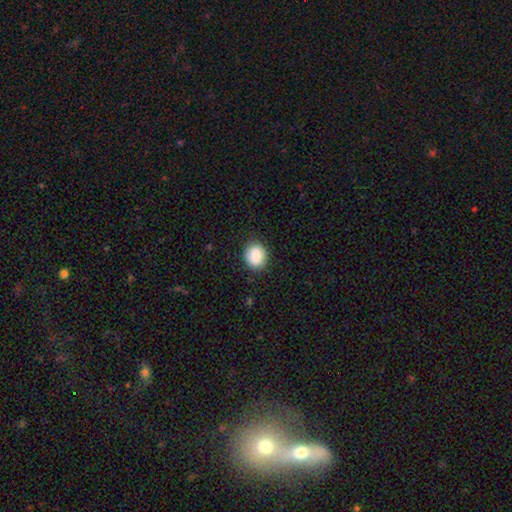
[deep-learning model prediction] A smooth galaxy with no disk features (86%) that is round (63%).

Vote fractions:
- Smooth or featured? smooth: 86% / star or artifact: 7% / featured or disk: 6%
- How rounded? round: 63% / in between: 36% / cigar-shaped: 1%
- Merging? none: 85% / minor disturbance: 11% / major disturbance: 3% / merger: 1%